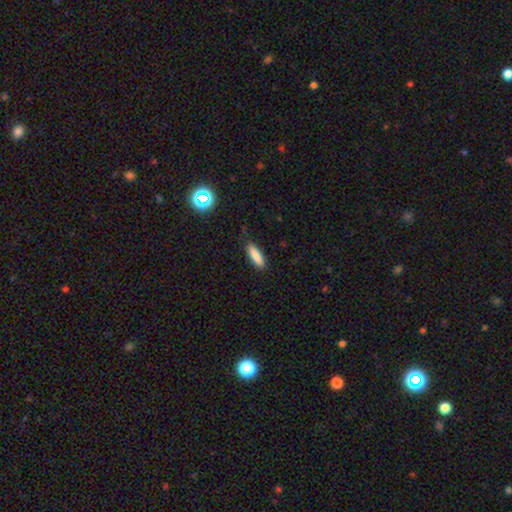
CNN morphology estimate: Smooth or featured? smooth (85%)
How rounded? cigar-shaped (53%)
Merging? none (84%)